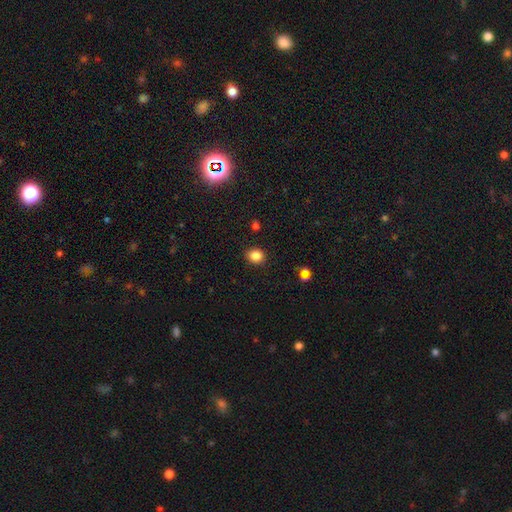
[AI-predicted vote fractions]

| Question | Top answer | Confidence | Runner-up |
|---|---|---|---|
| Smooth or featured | smooth | 85% | star or artifact (11%) |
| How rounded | round | 71% | in between (28%) |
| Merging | none | 89% | minor disturbance (8%) |